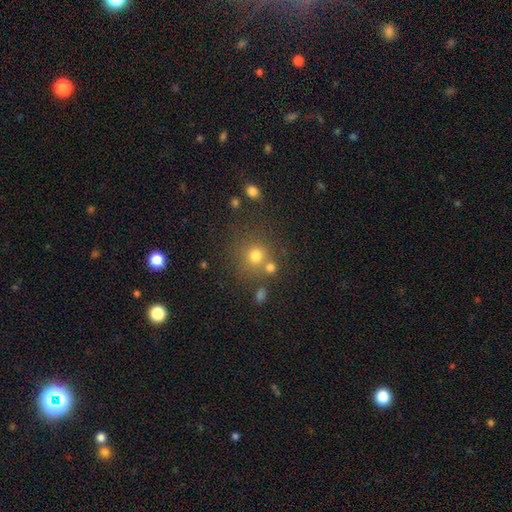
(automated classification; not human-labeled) smooth_or_featured: smooth (p=0.73) [alt: star or artifact p=0.17]
how_rounded: round (p=0.89) [alt: in between p=0.10]
merging: none (p=0.66) [alt: merger p=0.19]